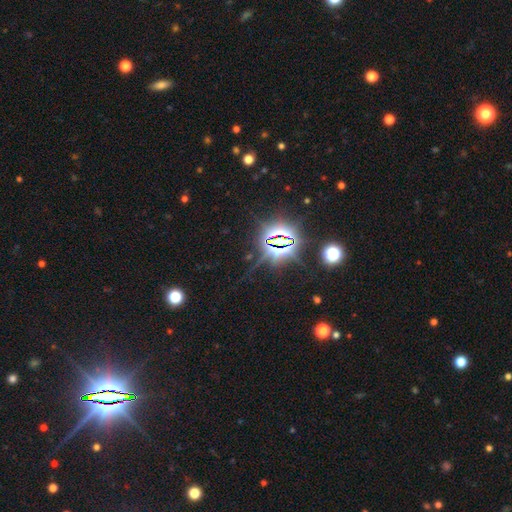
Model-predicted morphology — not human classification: smooth-or-featured: star or artifact: 83% | smooth: 10% | featured or disk: 7%